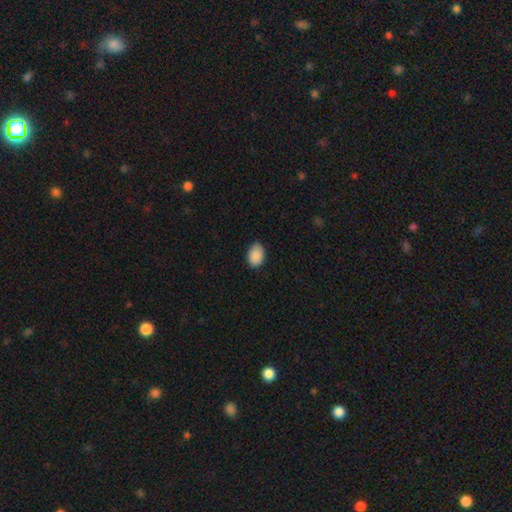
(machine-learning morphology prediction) Smooth or featured? smooth (90%)
How rounded? in between (82%)
Merging? none (80%)